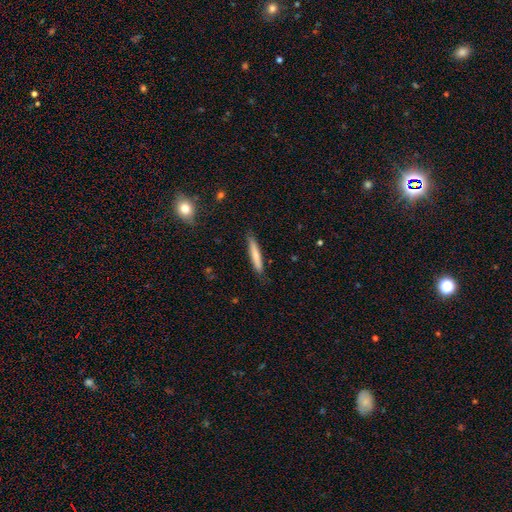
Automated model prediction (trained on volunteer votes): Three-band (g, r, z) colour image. It shows a smooth galaxy with no disk features (74%) that is cigar-shaped (94%). Merging: none (86%).